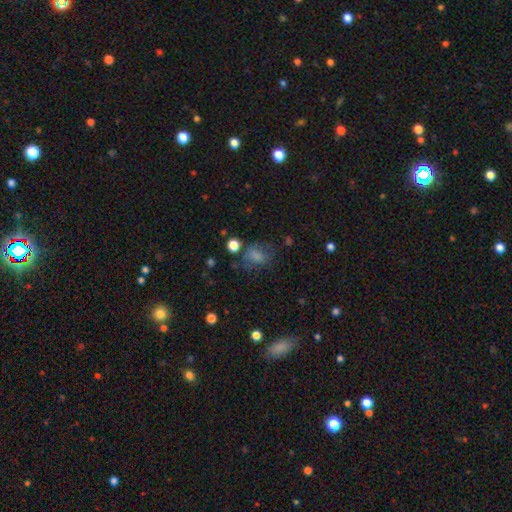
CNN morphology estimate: This appears to be a smooth galaxy with no disk features (70%) that is in between round and cigar-shaped (58%). Merging: none (47%).